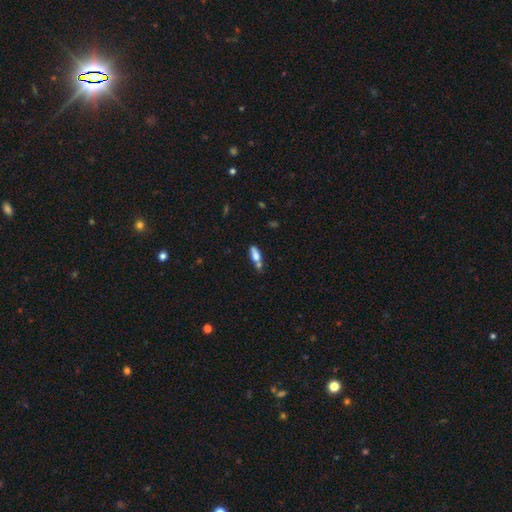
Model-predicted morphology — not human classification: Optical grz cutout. It shows a smooth galaxy with no disk features (73%) that is in between round and cigar-shaped (65%). Merging: none (42%).